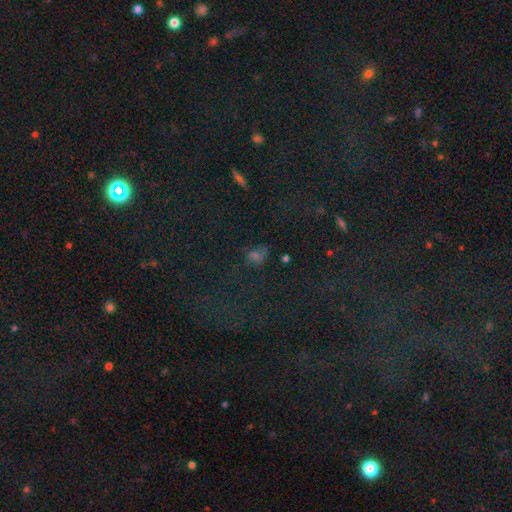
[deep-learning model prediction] Q: Smooth or featured?
A: smooth (43%); runner-up: star or artifact (42%)
Q: Merging?
A: none (58%); runner-up: minor disturbance (21%)